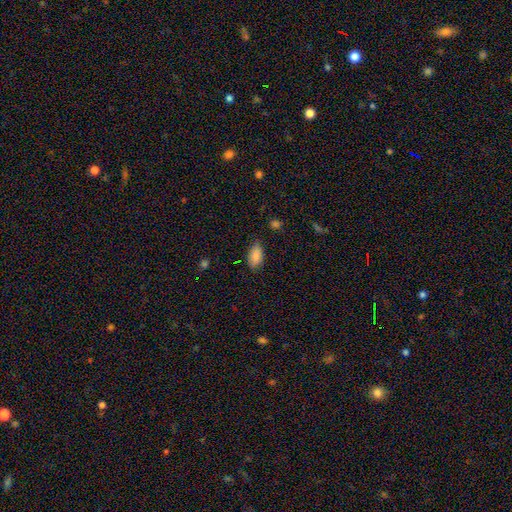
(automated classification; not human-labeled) Smooth or featured? smooth (87%)
How rounded? in between (90%)
Merging? none (77%)